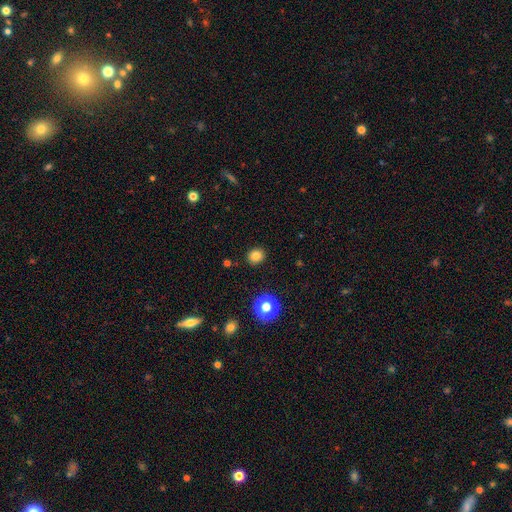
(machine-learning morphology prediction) Smooth or featured? smooth (81%)
How rounded? round (77%)
Merging? none (90%)